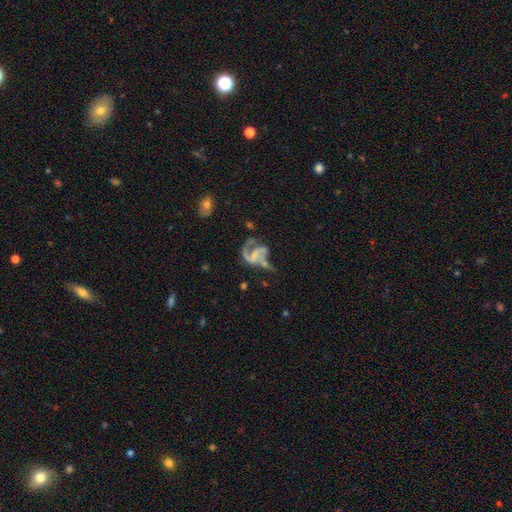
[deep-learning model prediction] Morphology: type=featured or disk (73%); edge-on=no (98%); bar=no (47%); spiral arms=yes (77%); winding=loose (47%); arm count=2 (56%); bulge=none (63%); merging=major disturbance (42%).